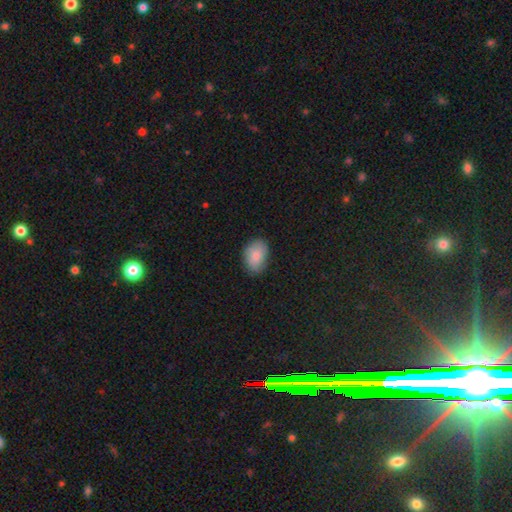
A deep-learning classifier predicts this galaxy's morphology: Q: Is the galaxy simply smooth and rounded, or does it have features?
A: smooth — 83%.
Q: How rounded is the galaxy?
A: in between — 84%.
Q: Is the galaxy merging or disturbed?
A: none — 81%.